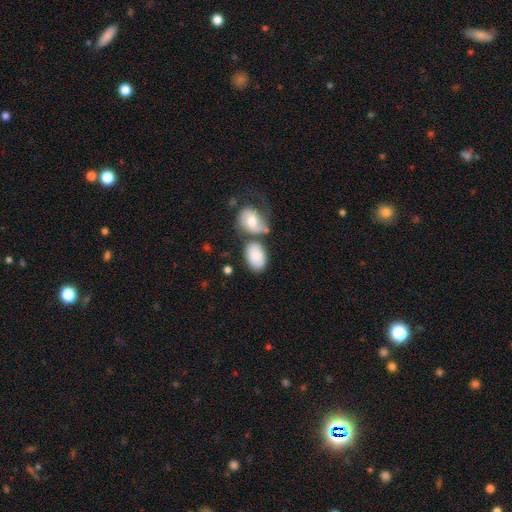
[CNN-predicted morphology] The model was most divided on "merging": none: 44%, merger: 33%, minor disturbance: 16%, major disturbance: 7%. More confident: how rounded — in between (86%); smooth or featured — smooth (76%).